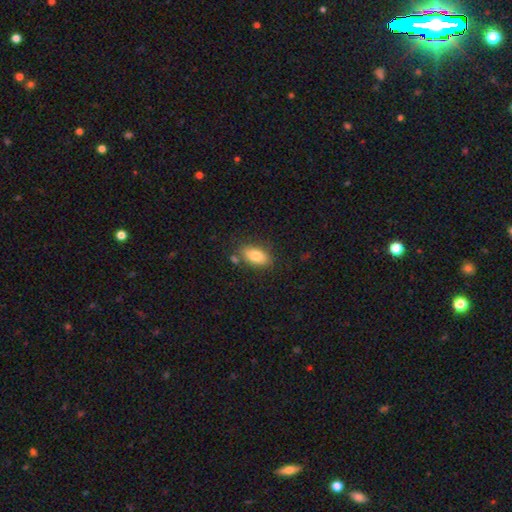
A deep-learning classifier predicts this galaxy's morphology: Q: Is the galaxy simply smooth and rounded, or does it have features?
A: smooth — 81%.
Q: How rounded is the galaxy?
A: in between — 90%.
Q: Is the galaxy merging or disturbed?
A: none — 76%.